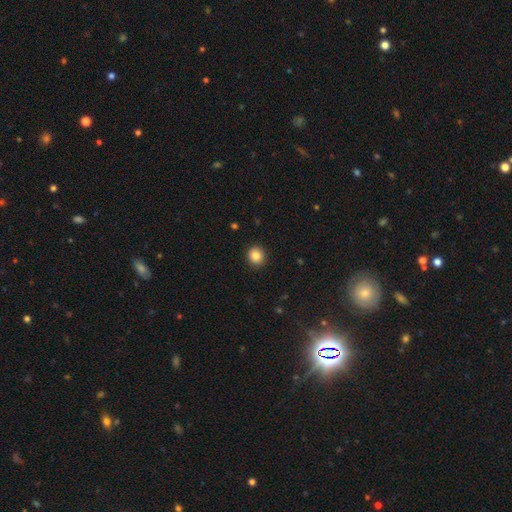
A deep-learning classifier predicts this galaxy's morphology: smooth 86%, star or artifact 10%, featured or disk 5%. Down the decision tree: how rounded — round (88%); merging — none (92%).